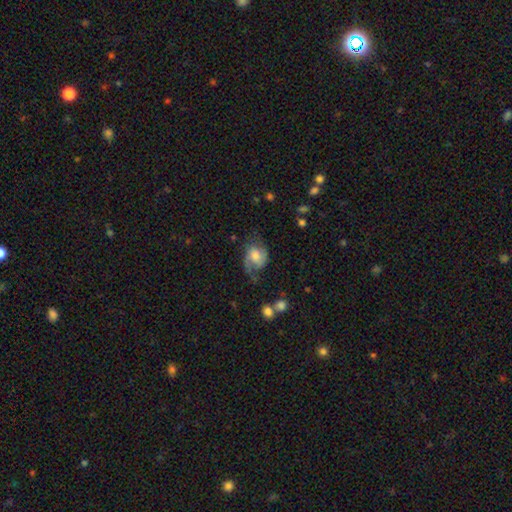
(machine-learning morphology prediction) Smooth or featured? featured or disk (57%)
Edge-on disk? no (97%)
Bar? no (59%)
Spiral arms? yes (87%)
Bulge size? moderate (48%)
Merging? none (44%)